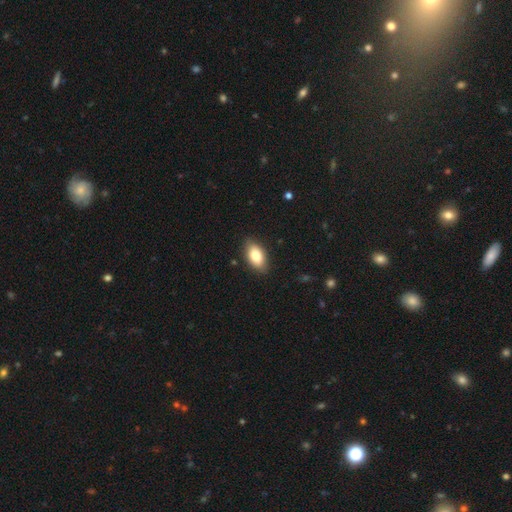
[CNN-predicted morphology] This is clearly a smooth galaxy (82%). How rounded: clearly in between (92%). Merging: clearly none (86%).